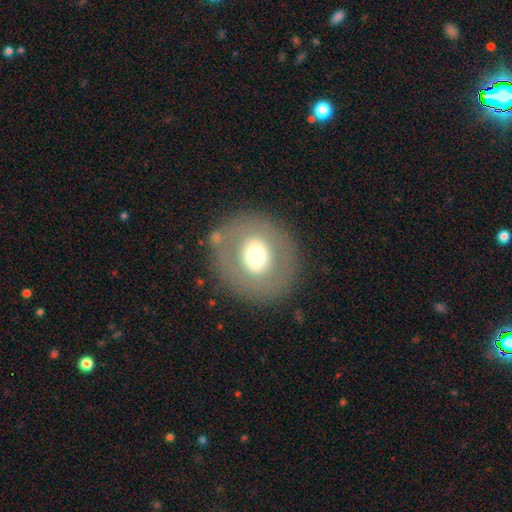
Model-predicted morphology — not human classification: Smooth or featured?
  - smooth: 56% *
  - featured or disk: 33%
  - star or artifact: 10%
How rounded?
  - round: 85% *
  - in between: 14%
  - cigar-shaped: 1%
Merging?
  - none: 83% *
  - minor disturbance: 8%
  - major disturbance: 7%
  - merger: 2%